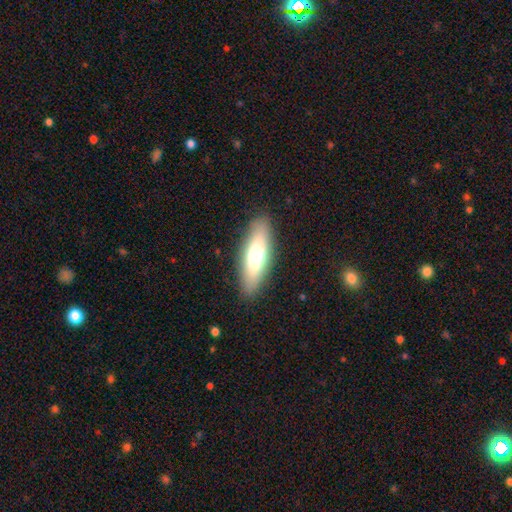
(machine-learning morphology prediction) smooth-or-featured: smooth: 66% | featured or disk: 28% | star or artifact: 7%
  how-rounded: cigar-shaped: 50% | in between: 48% | round: 2%
  merging: none: 88% | minor disturbance: 9% | major disturbance: 3% | merger: 1%